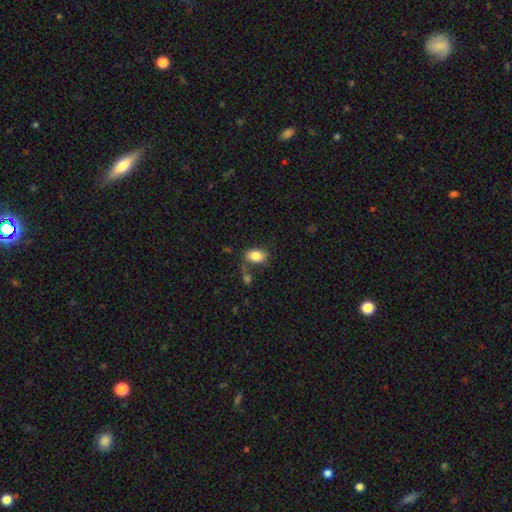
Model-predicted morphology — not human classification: This is clearly a smooth galaxy (84%). How rounded: clearly in between (83%). Merging: likely none (61%).